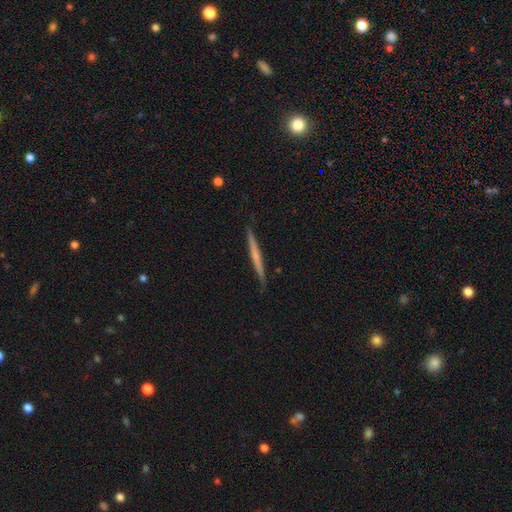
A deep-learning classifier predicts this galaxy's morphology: Q: Smooth or featured?
A: featured or disk (51%); runner-up: smooth (44%)
Q: Edge-on disk?
A: yes (97%); runner-up: no (3%)
Q: Merging?
A: none (88%); runner-up: minor disturbance (10%)